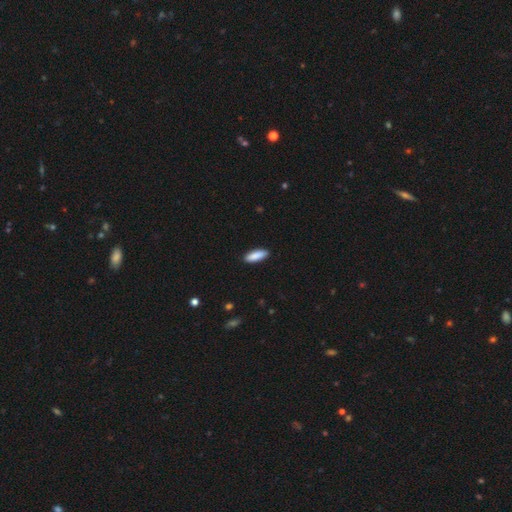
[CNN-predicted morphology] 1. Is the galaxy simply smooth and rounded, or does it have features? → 89% smooth, 5% star or artifact, 5% featured or disk.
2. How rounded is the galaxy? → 58% in between, 41% cigar-shaped, 2% round.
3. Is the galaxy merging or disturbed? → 90% none, 7% minor disturbance, 2% major disturbance, 1% merger.